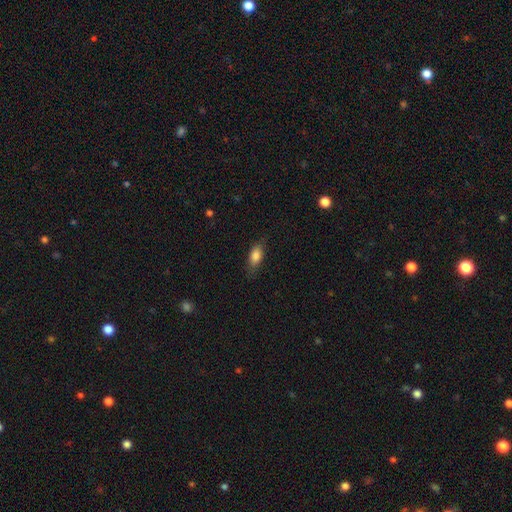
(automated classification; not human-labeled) This is clearly a smooth galaxy (82%). How rounded: clearly in between (81%). Merging: likely none (76%).